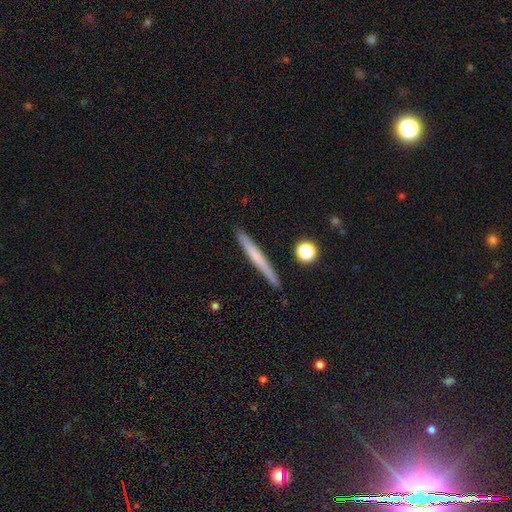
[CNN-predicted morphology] A smooth galaxy with no disk features (55%) that is cigar-shaped (97%). Merging: none (90%).